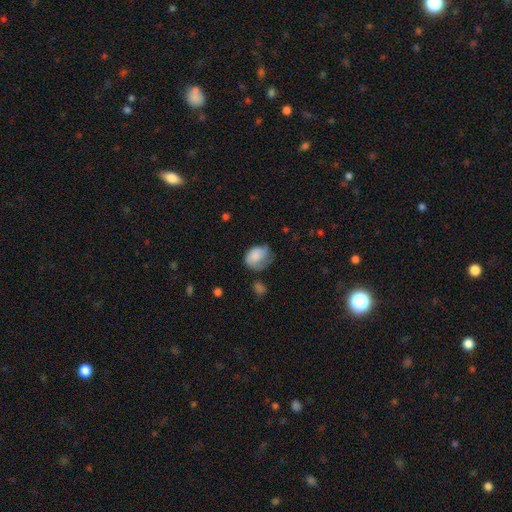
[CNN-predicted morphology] This is likely a smooth galaxy (72%). How rounded: likely in between (62%). Merging: marginally minor disturbance (37%).